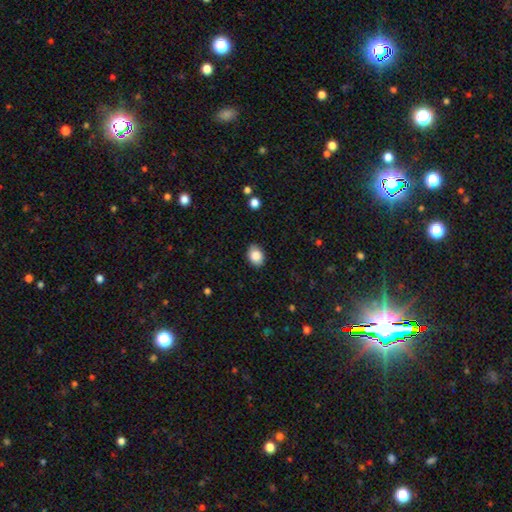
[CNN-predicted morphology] A smooth galaxy with no disk features (87%) that is in between round and cigar-shaped (74%).

Vote fractions:
- Smooth or featured? smooth: 87% / star or artifact: 8% / featured or disk: 5%
- How rounded? in between: 74% / round: 25% / cigar-shaped: 1%
- Merging? none: 86% / minor disturbance: 11% / major disturbance: 2% / merger: 1%